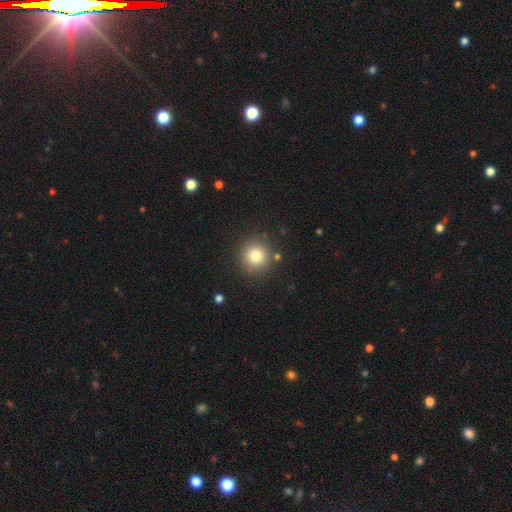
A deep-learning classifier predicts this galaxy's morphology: Overall: smooth (79%). How rounded: round (94%). Merging: none (86%).